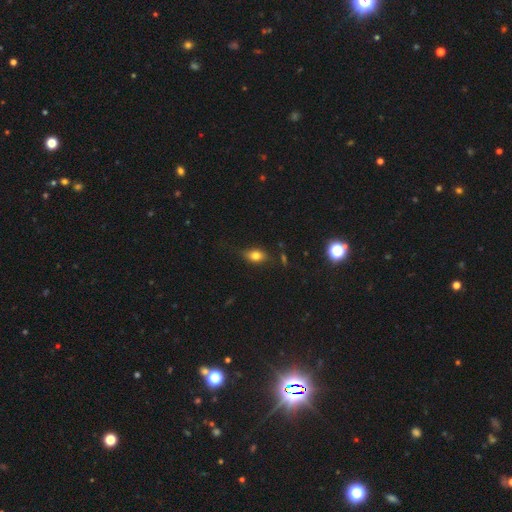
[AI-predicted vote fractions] Smooth or featured? Predicted: smooth (p=0.76). How rounded? Predicted: in between (p=0.77). Merging? Predicted: none (p=0.72).